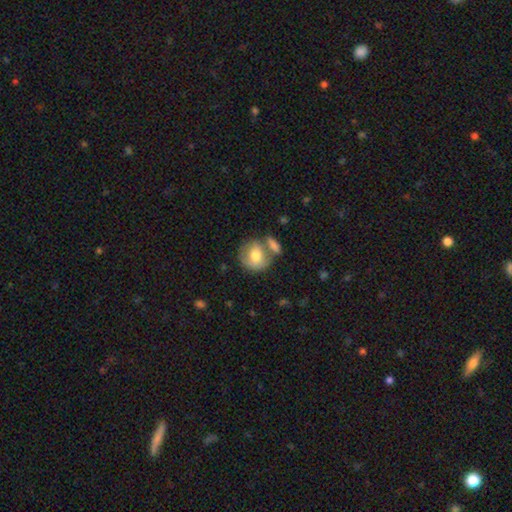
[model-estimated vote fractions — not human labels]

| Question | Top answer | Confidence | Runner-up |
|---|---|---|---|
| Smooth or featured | smooth | 70% | featured or disk (23%) |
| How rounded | round | 77% | in between (22%) |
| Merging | none | 48% | merger (29%) |